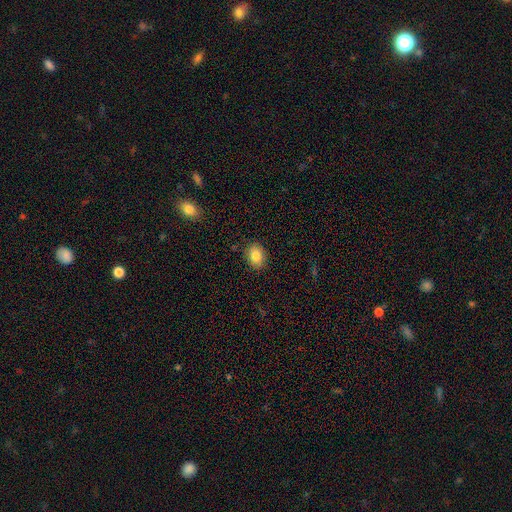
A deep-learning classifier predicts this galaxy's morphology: This is clearly a smooth galaxy (84%). How rounded: likely in between (68%). Merging: clearly none (87%).